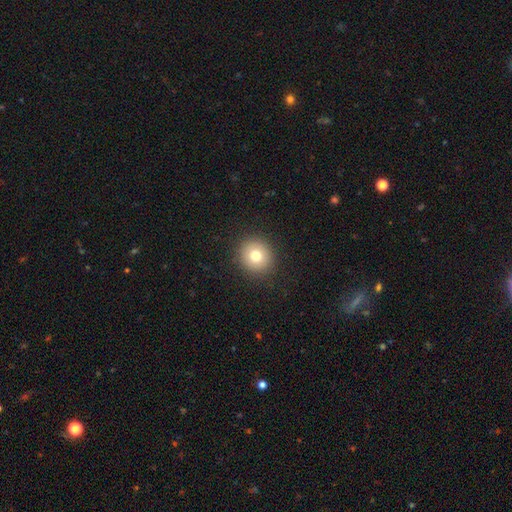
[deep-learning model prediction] Q: Smooth or featured?
A: smooth (76%); runner-up: featured or disk (13%)
Q: How rounded?
A: round (90%); runner-up: in between (9%)
Q: Merging?
A: none (90%); runner-up: minor disturbance (6%)